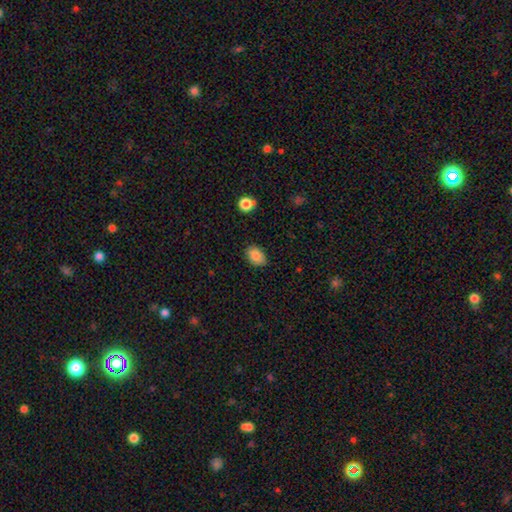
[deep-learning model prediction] Smooth or featured? smooth (87%)
How rounded? in between (81%)
Merging? none (86%)